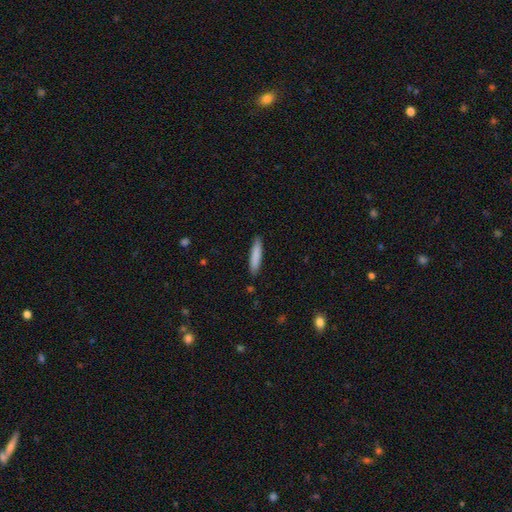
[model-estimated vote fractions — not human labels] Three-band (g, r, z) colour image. It shows a smooth galaxy with no disk features (85%) that is cigar-shaped (87%). Merging: none (88%).